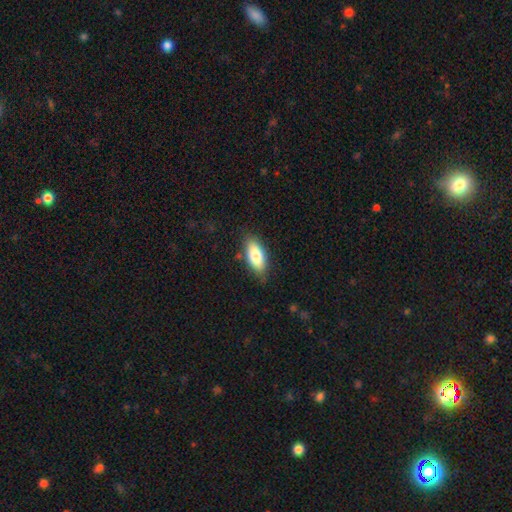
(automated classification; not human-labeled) A smooth galaxy with no disk features (79%) that is in between round and cigar-shaped (87%).

Vote fractions:
- Smooth or featured? smooth: 79% / featured or disk: 15% / star or artifact: 6%
- How rounded? in between: 87% / cigar-shaped: 11% / round: 2%
- Merging? none: 82% / minor disturbance: 14% / major disturbance: 3% / merger: 1%